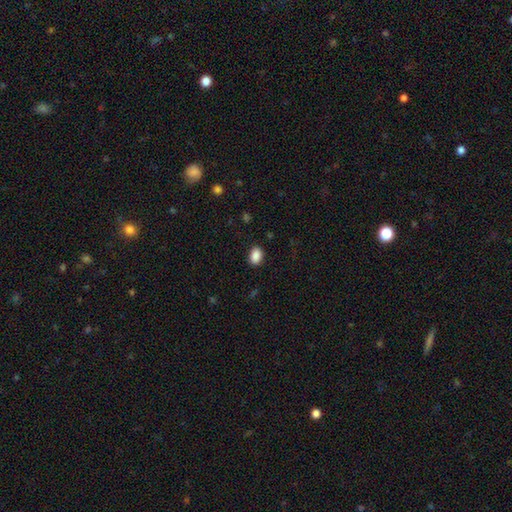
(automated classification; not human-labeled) Morphology: type=smooth (89%); roundness=in between (82%); merging=none (88%).